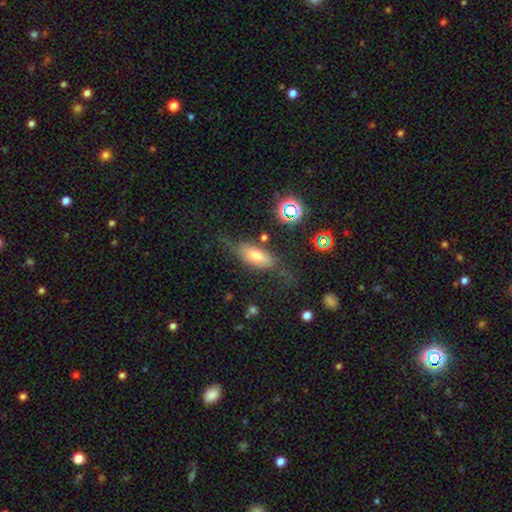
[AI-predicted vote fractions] This appears to be a smooth galaxy with no disk features (57%) that is in between round and cigar-shaped (75%). Merging: none (54%).